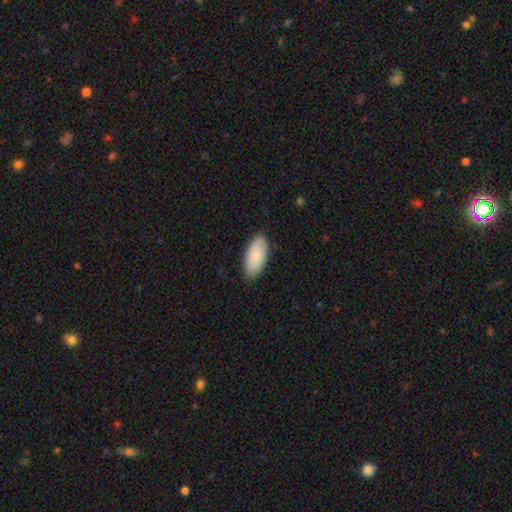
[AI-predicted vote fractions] Overall: smooth (87%). How rounded: in between (93%). Merging: none (85%).